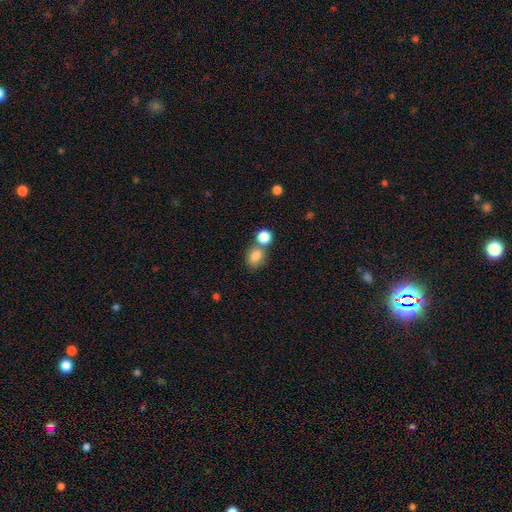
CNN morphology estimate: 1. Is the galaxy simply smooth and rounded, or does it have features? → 82% smooth, 11% star or artifact, 7% featured or disk.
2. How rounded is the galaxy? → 52% round, 47% in between, 1% cigar-shaped.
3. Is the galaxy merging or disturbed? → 52% none, 33% merger, 11% minor disturbance, 4% major disturbance.